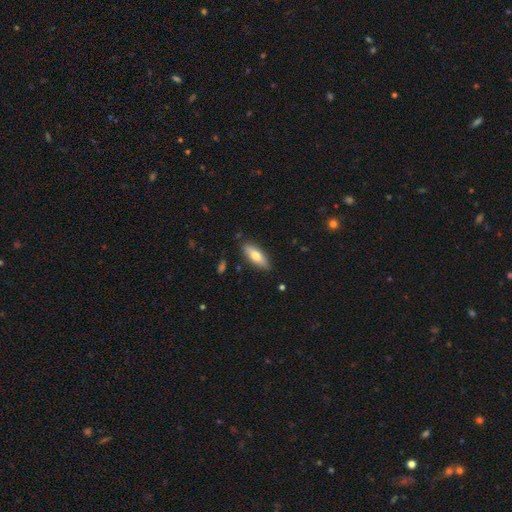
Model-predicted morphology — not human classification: The model was most divided on "how rounded": in between: 61%, cigar-shaped: 37%, round: 2%. More confident: merging — none (86%); smooth or featured — smooth (68%).